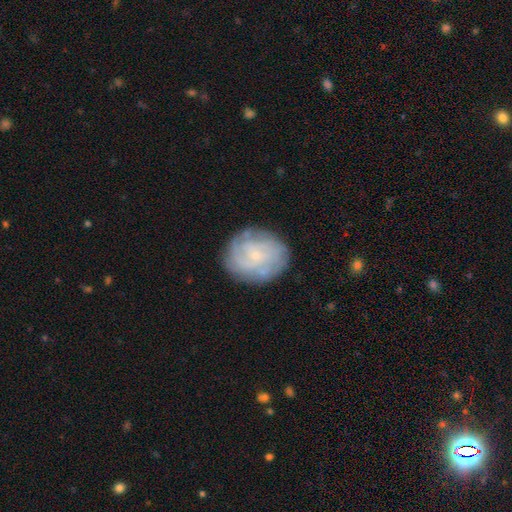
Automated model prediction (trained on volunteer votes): smooth-or-featured: featured or disk: 64% | smooth: 28% | star or artifact: 8%
  disk-edge-on: no: 97% | yes: 3%
    bar: no: 75% | weak: 22% | strong: 3%
    has-spiral-arms: yes: 83% | no: 17%
      spiral-winding: tight: 64% | medium: 26% | loose: 9%
      spiral-arm-count: can't tell: 52% | 2: 13% | 3: 13% | 4: 11% | more than 4: 6% | 1: 5%
    bulge-size: small: 82% | moderate: 12% | none: 4% | large: 1% | dominant: 1%
  merging: none: 78% | minor disturbance: 16% | major disturbance: 5% | merger: 1%